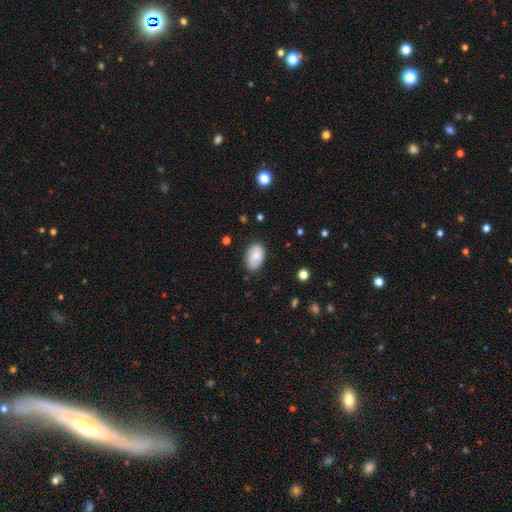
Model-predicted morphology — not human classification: Overall: smooth (71%). How rounded: in between (88%). Merging: none (76%).